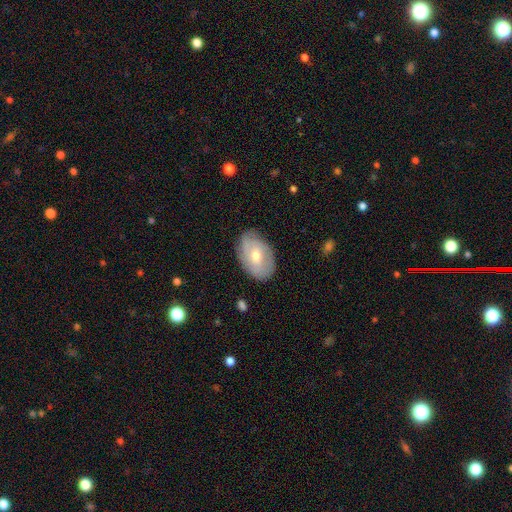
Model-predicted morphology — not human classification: Smooth or featured: featured or disk — 54% (smooth — 39%)
Edge-on disk: no — 93% (yes — 7%)
Merging: none — 75% (minor disturbance — 19%)